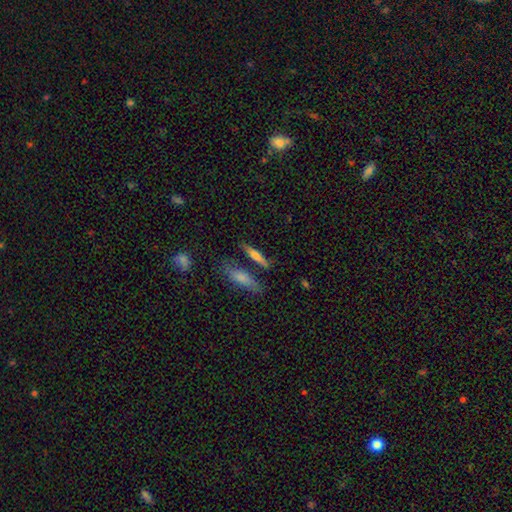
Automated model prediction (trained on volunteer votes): Overall: smooth (62%; featured or disk 30%). How rounded: cigar-shaped (79%). Merging: none (73%).